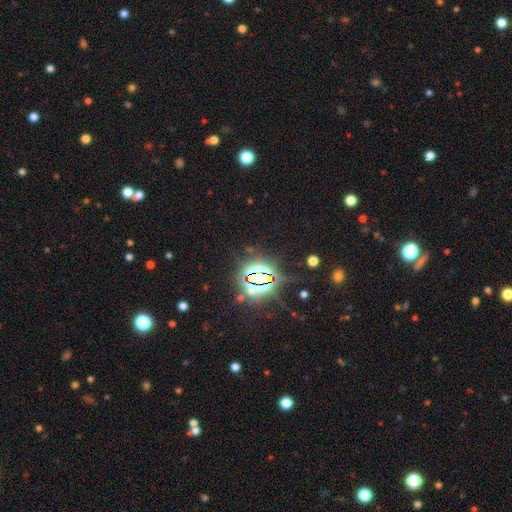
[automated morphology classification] A star or artifact, not a galaxy (83%).